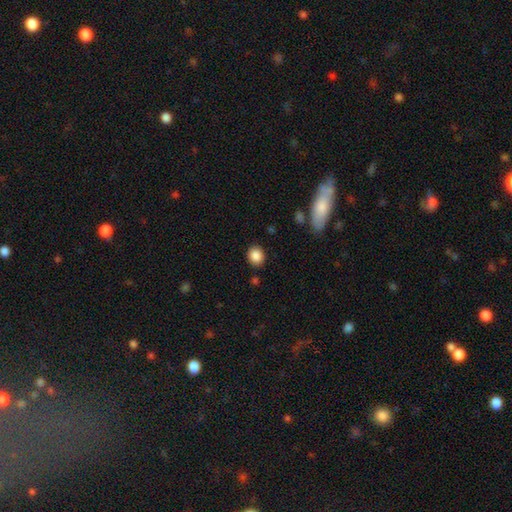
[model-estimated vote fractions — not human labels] Morphology: type=smooth (87%); roundness=round (72%); merging=none (88%).